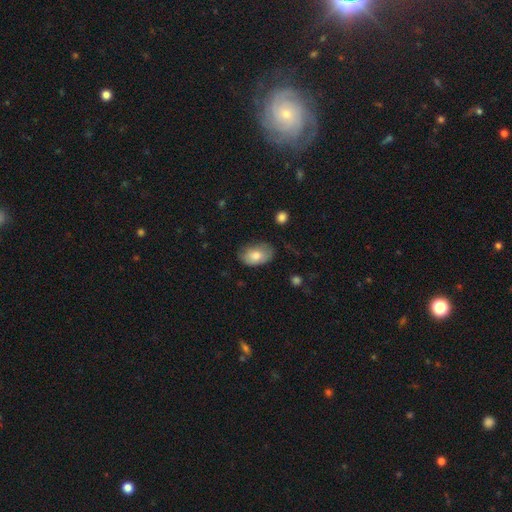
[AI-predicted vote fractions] smooth_or_featured: smooth (p=0.77) [alt: featured or disk p=0.16]
how_rounded: in between (p=0.89) [alt: round p=0.09]
merging: none (p=0.69) [alt: minor disturbance p=0.25]